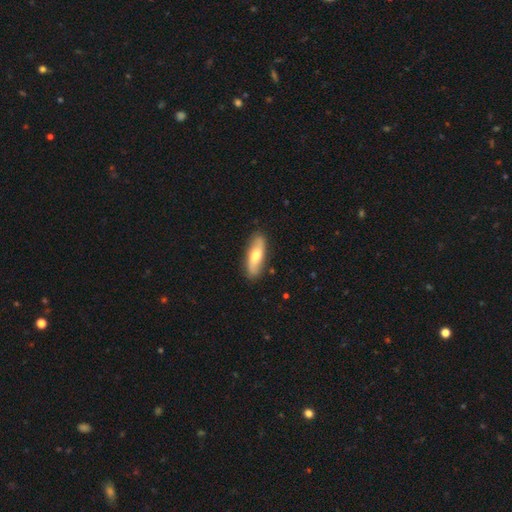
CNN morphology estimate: This is possibly a smooth galaxy (54%). How rounded: likely in between (60%). Merging: clearly none (85%).